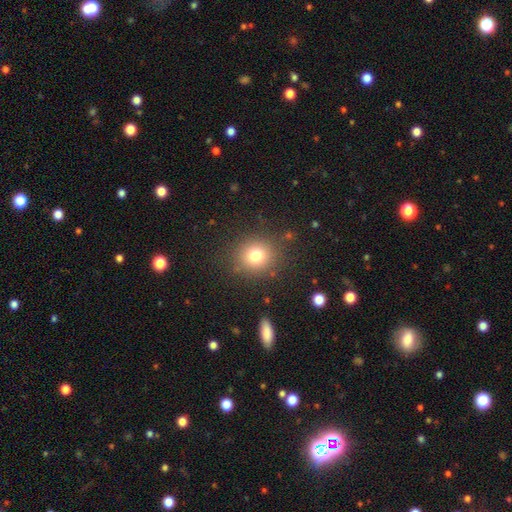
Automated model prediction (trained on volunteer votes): Smooth or featured?
  - smooth: 77% *
  - star or artifact: 14%
  - featured or disk: 9%
How rounded?
  - round: 87% *
  - in between: 12%
  - cigar-shaped: 1%
Merging?
  - none: 85% *
  - minor disturbance: 9%
  - major disturbance: 4%
  - merger: 2%